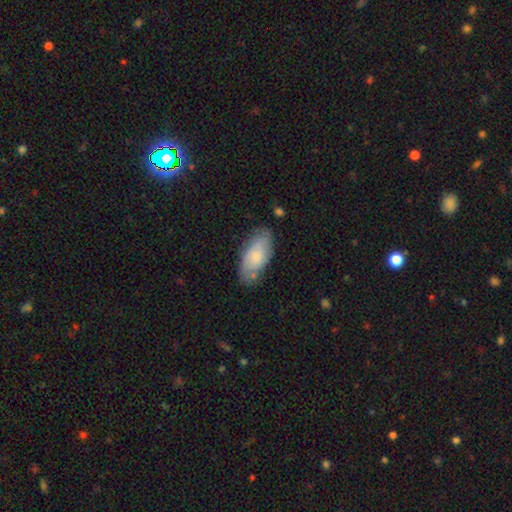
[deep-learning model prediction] A smooth galaxy with no disk features (66%) that is in between round and cigar-shaped (91%). Merging: none (67%).